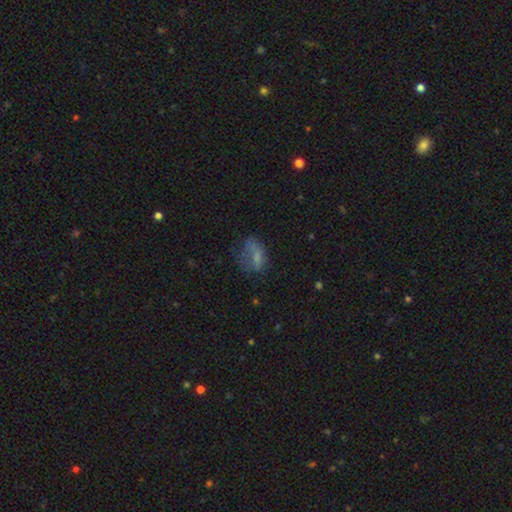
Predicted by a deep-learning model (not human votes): Smooth or featured: smooth — 58% (featured or disk — 27%)
How rounded: in between — 81% (round — 15%)
Merging: major disturbance — 37% (none — 33%)